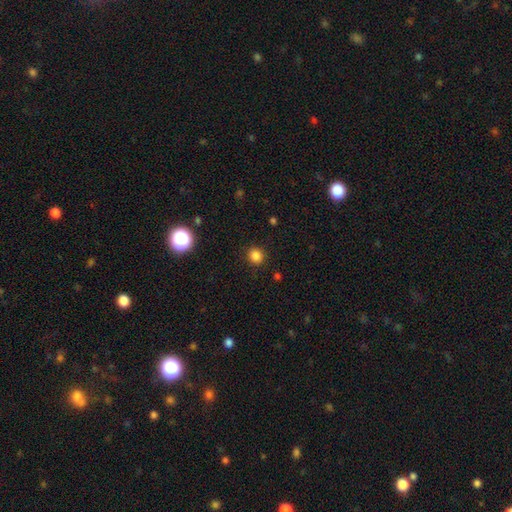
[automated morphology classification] A smooth galaxy with no disk features (83%) that is round (87%).

Vote fractions:
- Smooth or featured? smooth: 83% / star or artifact: 13% / featured or disk: 4%
- How rounded? round: 87% / in between: 12% / cigar-shaped: 1%
- Merging? none: 90% / minor disturbance: 6% / major disturbance: 2% / merger: 1%